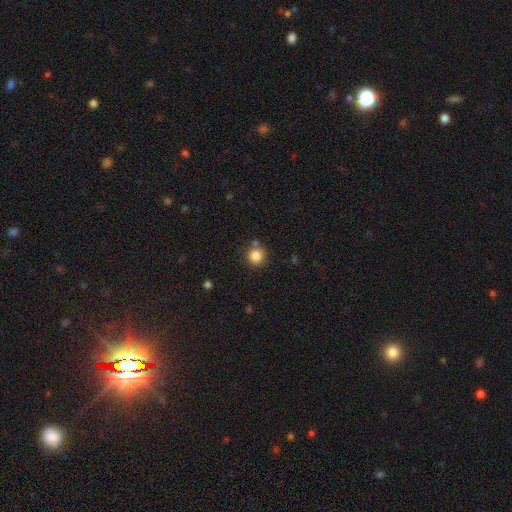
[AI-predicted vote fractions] Smooth or featured?
  - smooth: 84% *
  - star or artifact: 11%
  - featured or disk: 5%
How rounded?
  - round: 90% *
  - in between: 9%
  - cigar-shaped: 1%
Merging?
  - none: 75% *
  - minor disturbance: 11%
  - merger: 10%
  - major disturbance: 3%